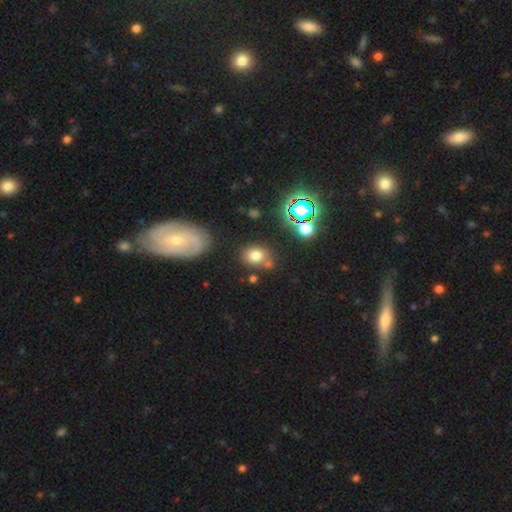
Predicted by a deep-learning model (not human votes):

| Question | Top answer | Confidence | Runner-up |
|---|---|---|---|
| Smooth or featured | smooth | 75% | star or artifact (16%) |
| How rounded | in between | 58% | round (40%) |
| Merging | none | 68% | minor disturbance (15%) |